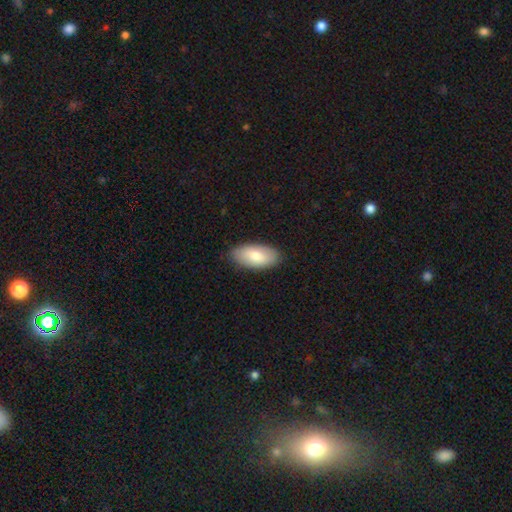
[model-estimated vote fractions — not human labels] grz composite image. It shows a smooth galaxy with no disk features (78%) that is in between round and cigar-shaped (93%). Merging: none (86%).